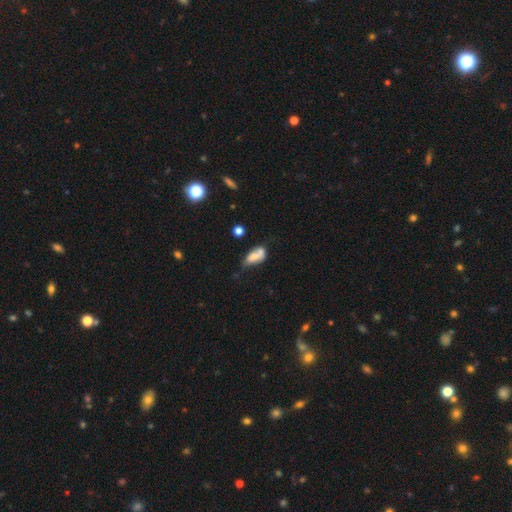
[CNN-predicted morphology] type=smooth (64%); roundness=in between (82%); merging=merger (36%).